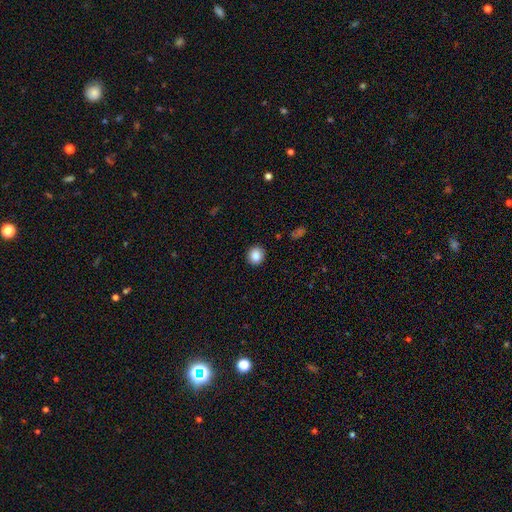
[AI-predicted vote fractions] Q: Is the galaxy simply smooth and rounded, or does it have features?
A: smooth — 87%.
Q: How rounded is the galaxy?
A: round — 85%.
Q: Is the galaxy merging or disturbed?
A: none — 91%.